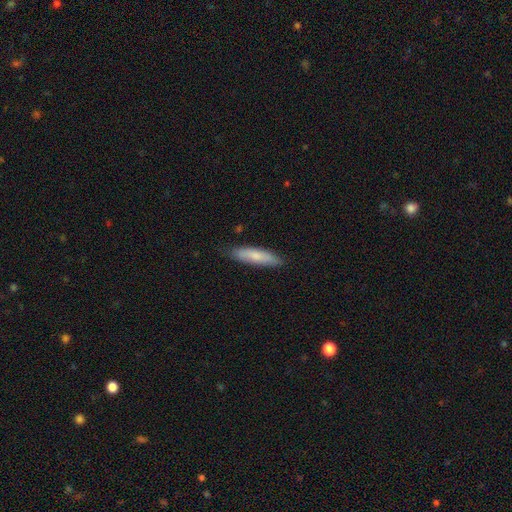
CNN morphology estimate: smooth-or-featured: smooth: 75% | featured or disk: 20% | star or artifact: 6%
  how-rounded: cigar-shaped: 74% | in between: 24% | round: 2%
  merging: none: 83% | minor disturbance: 14% | major disturbance: 2% | merger: 1%